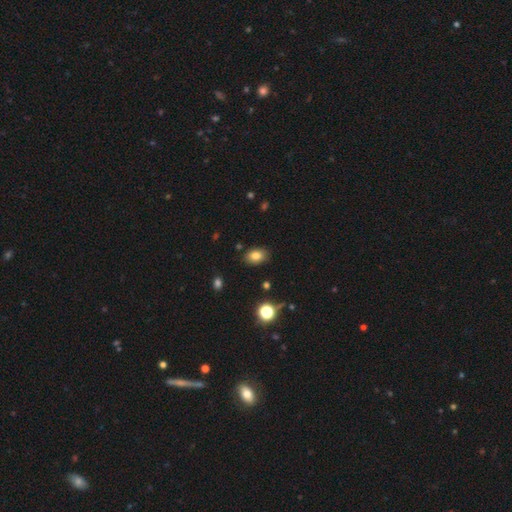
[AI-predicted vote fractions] Q: Smooth or featured?
A: smooth (81%); runner-up: star or artifact (11%)
Q: How rounded?
A: in between (81%); runner-up: round (18%)
Q: Merging?
A: none (86%); runner-up: minor disturbance (10%)